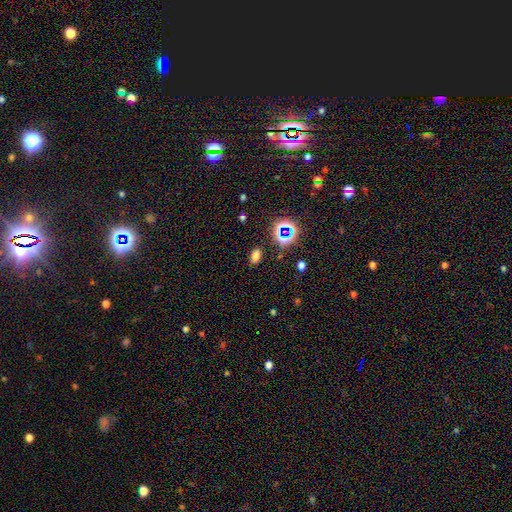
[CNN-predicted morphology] Smooth or featured?
  - smooth: 70% *
  - star or artifact: 23%
  - featured or disk: 7%
How rounded?
  - in between: 86% *
  - round: 11%
  - cigar-shaped: 3%
Merging?
  - none: 86% *
  - minor disturbance: 9%
  - major disturbance: 3%
  - merger: 2%